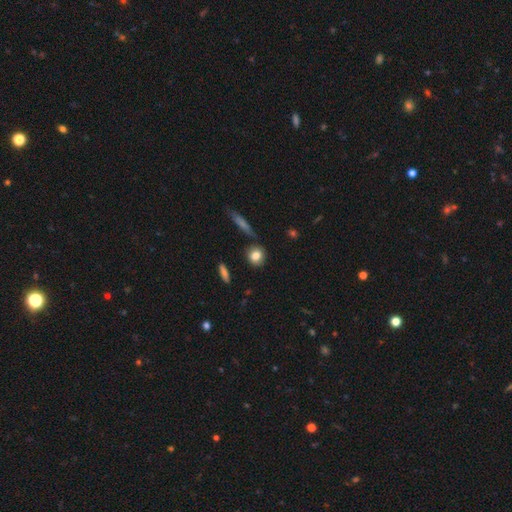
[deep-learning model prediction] smooth 81%, featured or disk 10%, star or artifact 9%. Down the decision tree: how rounded — round (77%); merging — none (82%).